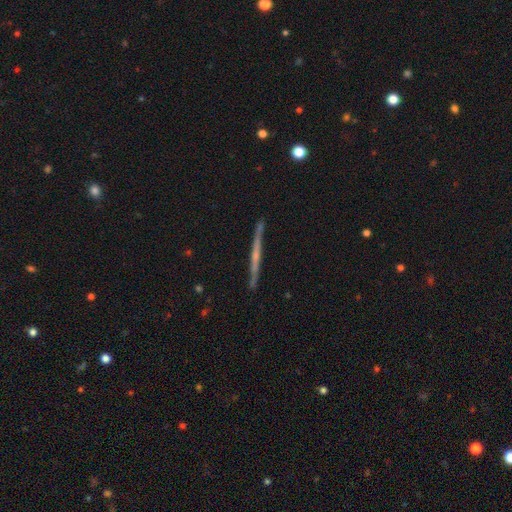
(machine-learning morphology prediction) Overall: featured or disk (70%). Edge-on disk: yes (98%). Edge-on bulge: none (56%; rounded 35%). Merging: none (89%).